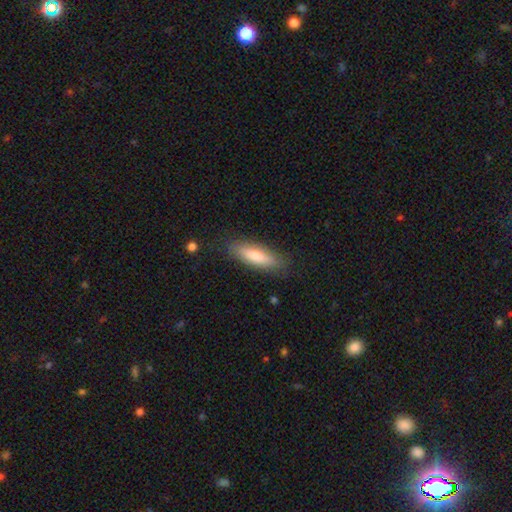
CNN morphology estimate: smooth_or_featured: smooth (p=0.75) [alt: featured or disk p=0.19]
how_rounded: cigar-shaped (p=0.55) [alt: in between p=0.43]
merging: none (p=0.84) [alt: minor disturbance p=0.11]